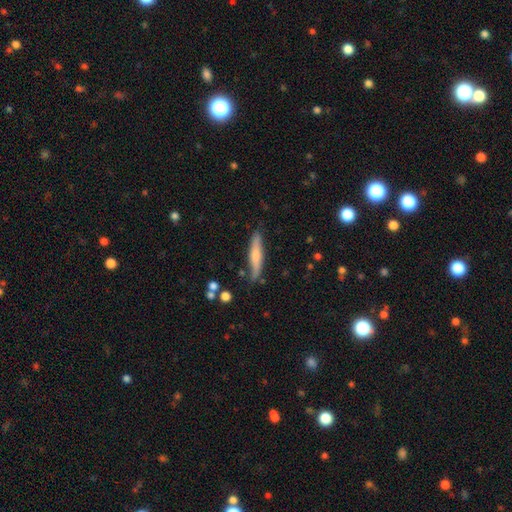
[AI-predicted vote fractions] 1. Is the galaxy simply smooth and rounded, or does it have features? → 57% smooth, 38% featured or disk, 6% star or artifact.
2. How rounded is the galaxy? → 88% cigar-shaped, 10% in between, 2% round.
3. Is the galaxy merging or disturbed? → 79% none, 15% minor disturbance, 3% major disturbance, 3% merger.